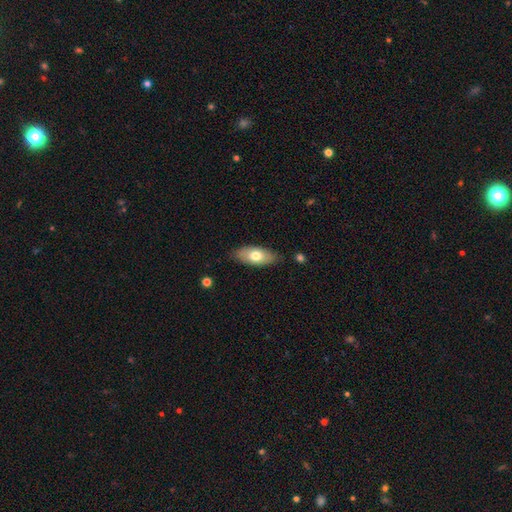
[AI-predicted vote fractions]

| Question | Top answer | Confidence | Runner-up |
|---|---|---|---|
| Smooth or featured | smooth | 69% | featured or disk (24%) |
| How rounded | in between | 87% | cigar-shaped (10%) |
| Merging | none | 82% | minor disturbance (14%) |